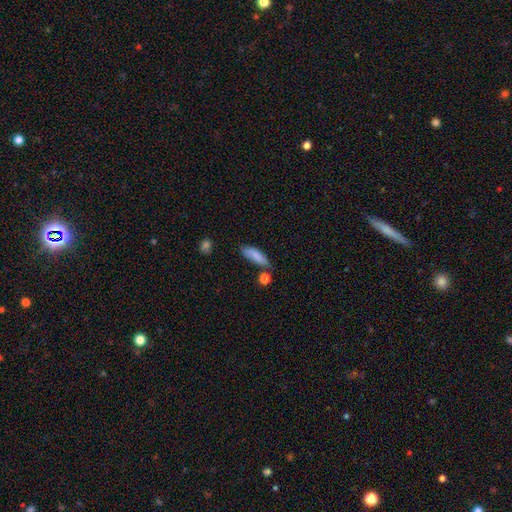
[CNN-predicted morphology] type=smooth (81%); roundness=in between (52%); merging=none (60%).